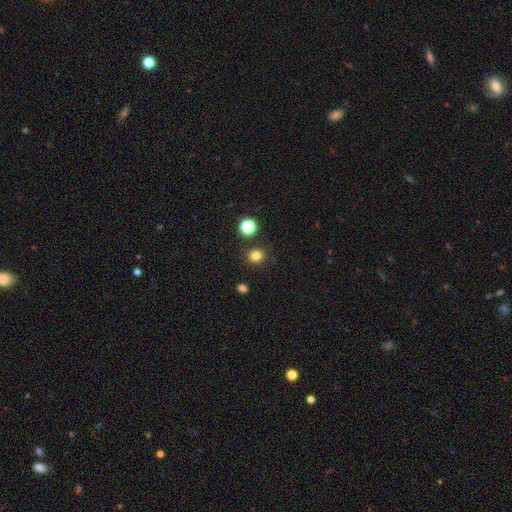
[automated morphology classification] Smooth or featured?
  - smooth: 81% *
  - star or artifact: 15%
  - featured or disk: 4%
How rounded?
  - round: 83% *
  - in between: 17%
  - cigar-shaped: 1%
Merging?
  - none: 87% *
  - minor disturbance: 7%
  - merger: 4%
  - major disturbance: 2%